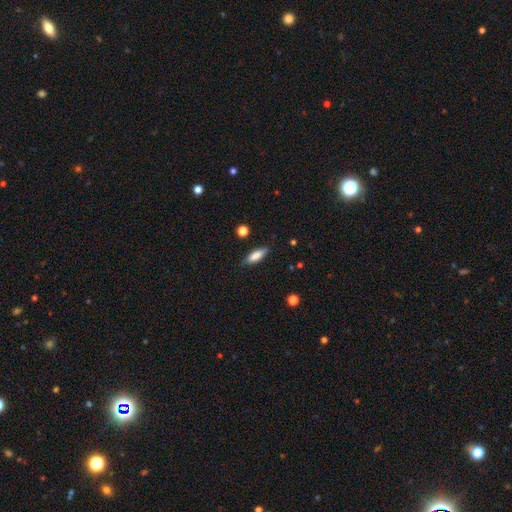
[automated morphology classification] smooth_or_featured: smooth (p=0.80) [alt: featured or disk p=0.13]
how_rounded: in between (p=0.53) [alt: cigar-shaped p=0.45]
merging: none (p=0.83) [alt: minor disturbance p=0.13]